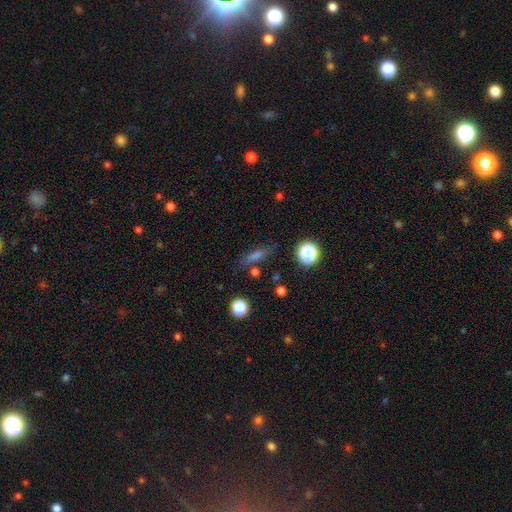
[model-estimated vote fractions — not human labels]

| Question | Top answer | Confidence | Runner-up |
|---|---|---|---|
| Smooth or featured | smooth | 58% | featured or disk (23%) |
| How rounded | cigar-shaped | 66% | in between (24%) |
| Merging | none | 81% | minor disturbance (12%) |